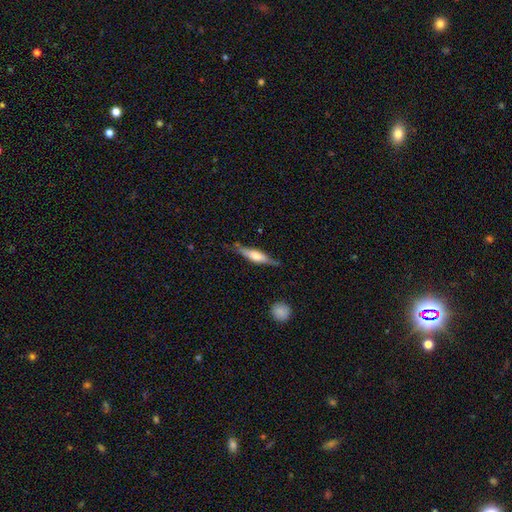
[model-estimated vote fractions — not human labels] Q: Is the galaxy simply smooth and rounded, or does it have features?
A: featured or disk — 60%.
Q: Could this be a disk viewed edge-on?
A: yes — 94%.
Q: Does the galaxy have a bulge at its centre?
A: rounded — 74%.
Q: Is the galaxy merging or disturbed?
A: none — 77%.